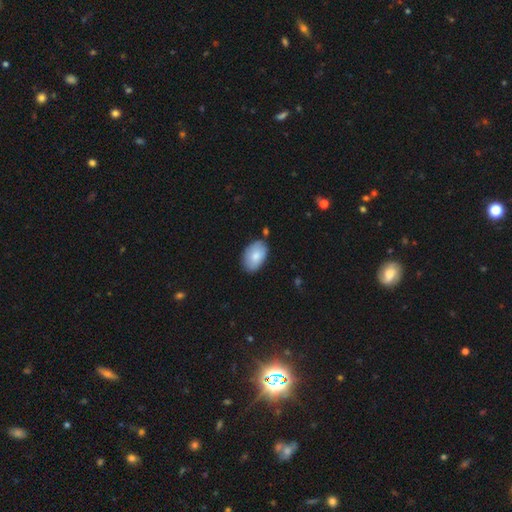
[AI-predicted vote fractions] Morphology: type=smooth (82%); roundness=in between (92%); merging=none (79%).